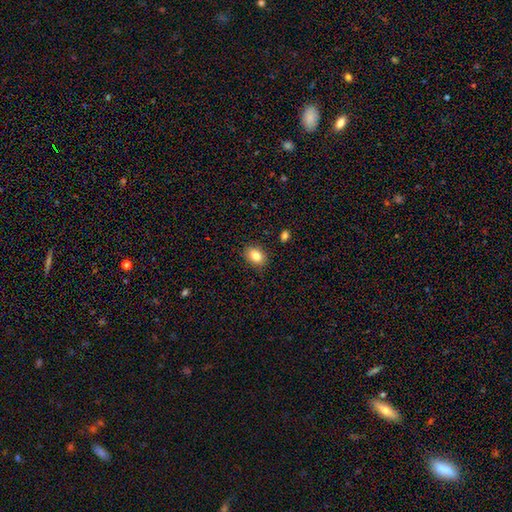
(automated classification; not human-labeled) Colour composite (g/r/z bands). It shows a smooth galaxy with no disk features (85%) that is in between round and cigar-shaped (73%). Merging: none (87%).